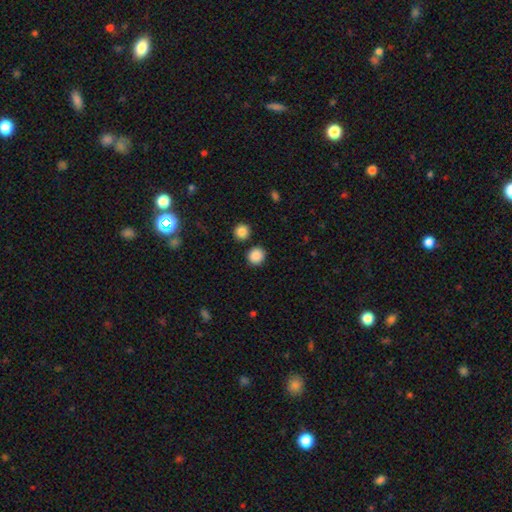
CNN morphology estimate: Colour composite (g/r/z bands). It shows a smooth galaxy with no disk features (87%) that is round (89%). Merging: none (86%).